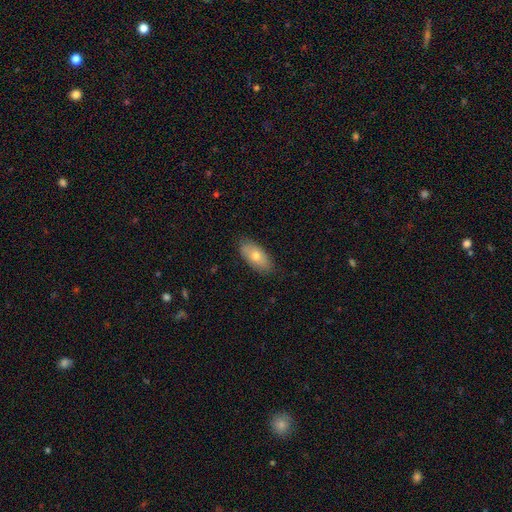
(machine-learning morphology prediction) This appears to be a smooth galaxy with no disk features (69%) that is in between round and cigar-shaped (89%). Merging: none (86%).